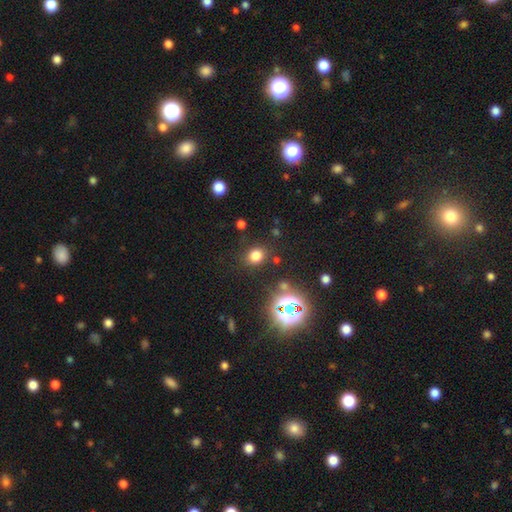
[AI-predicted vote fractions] Overall: smooth (75%). How rounded: round (64%; in between 35%). Merging: none (84%).